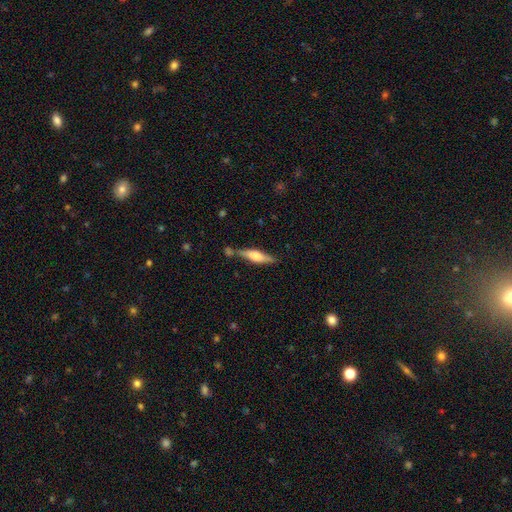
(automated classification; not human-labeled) A featured or disk galaxy (48%). Merging: none (69%).